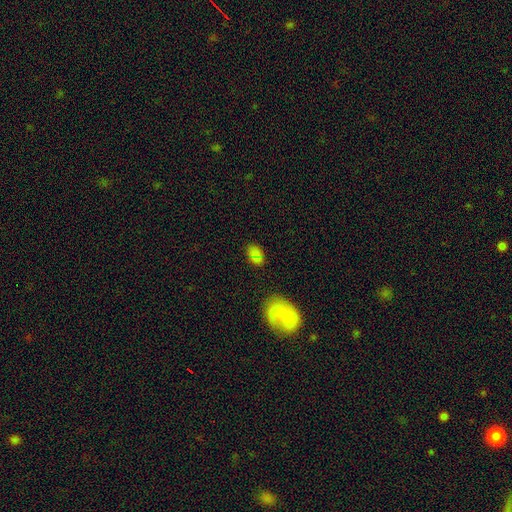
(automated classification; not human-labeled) This is likely a smooth galaxy (74%). How rounded: clearly in between (86%). Merging: likely none (67%).